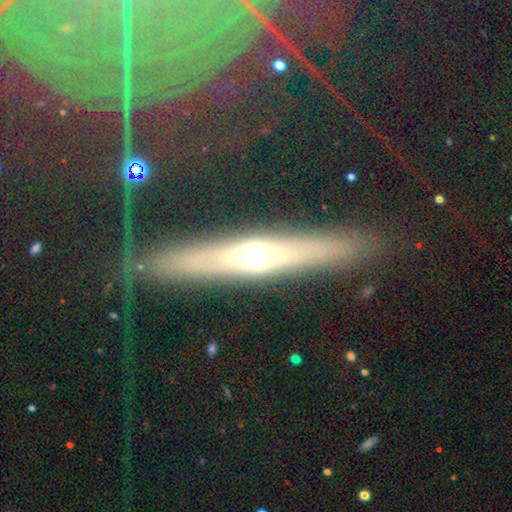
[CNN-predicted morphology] Q: Smooth or featured?
A: featured or disk (57%); runner-up: smooth (30%)
Q: Edge-on disk?
A: yes (89%); runner-up: no (11%)
Q: Edge-on bulge?
A: rounded (84%); runner-up: none (11%)
Q: Merging?
A: none (88%); runner-up: minor disturbance (8%)